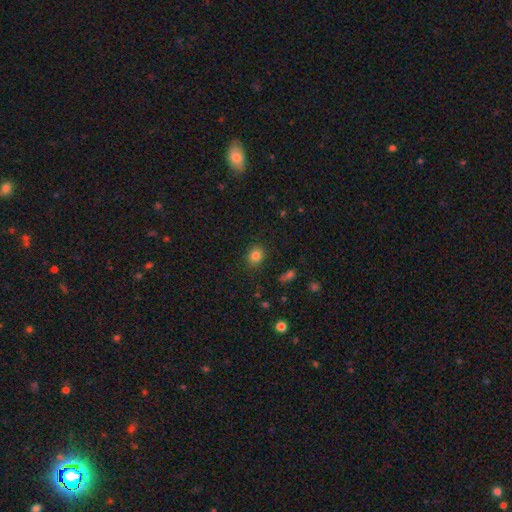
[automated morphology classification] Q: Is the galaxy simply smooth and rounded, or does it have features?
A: smooth — 82%.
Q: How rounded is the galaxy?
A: round — 68%.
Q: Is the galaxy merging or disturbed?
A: none — 87%.